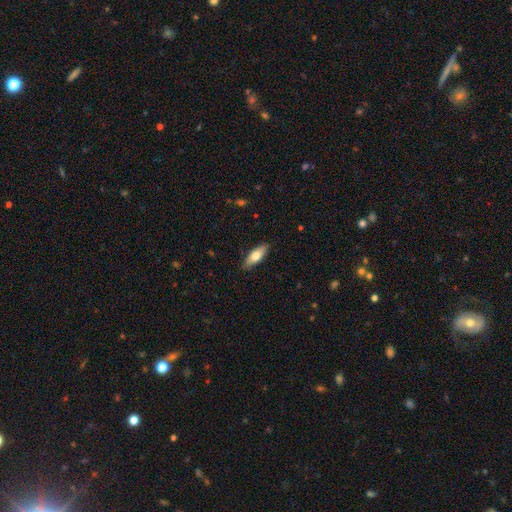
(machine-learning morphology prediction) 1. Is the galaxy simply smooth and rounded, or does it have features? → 69% smooth, 25% featured or disk, 6% star or artifact.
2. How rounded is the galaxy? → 63% in between, 35% cigar-shaped, 2% round.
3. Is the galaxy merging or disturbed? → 88% none, 9% minor disturbance, 2% major disturbance, 1% merger.